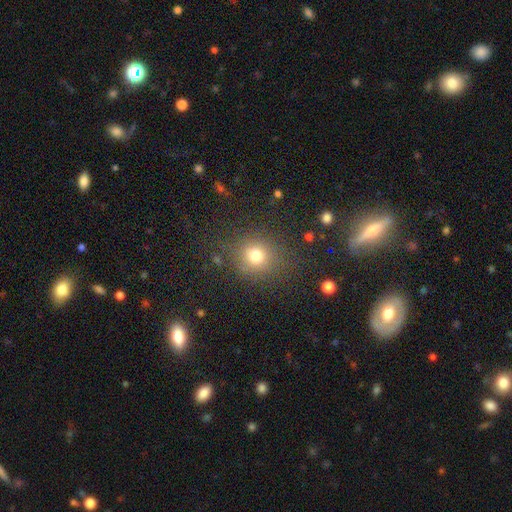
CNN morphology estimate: Smooth or featured: smooth — 76% (star or artifact — 16%)
How rounded: round — 81% (in between — 18%)
Merging: none — 80% (minor disturbance — 11%)